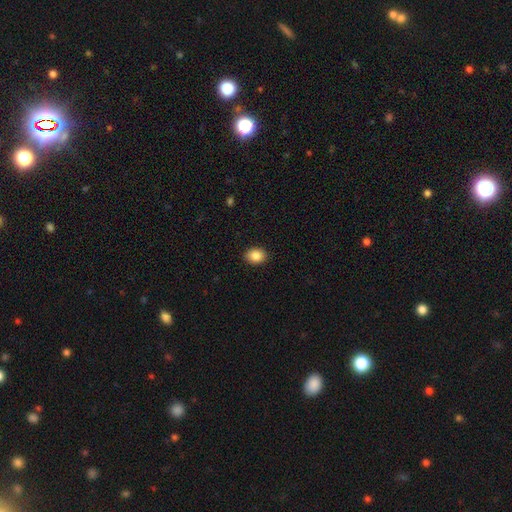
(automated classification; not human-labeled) A smooth galaxy with no disk features (87%) that is in between round and cigar-shaped (60%). Merging: none (90%).